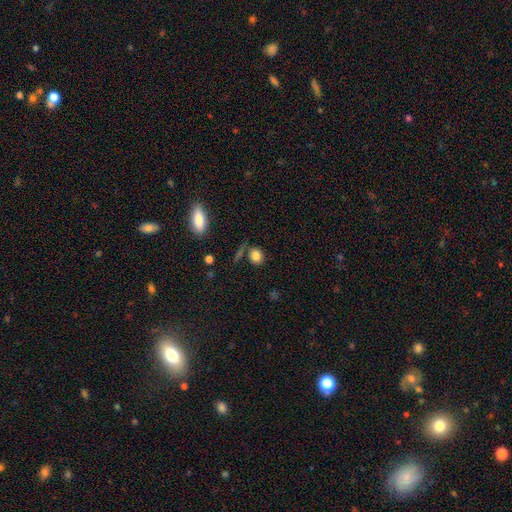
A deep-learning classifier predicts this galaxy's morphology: Smooth or featured?
  - smooth: 84% *
  - star or artifact: 10%
  - featured or disk: 6%
How rounded?
  - round: 59% *
  - in between: 39%
  - cigar-shaped: 2%
Merging?
  - none: 70% *
  - minor disturbance: 14%
  - merger: 10%
  - major disturbance: 5%